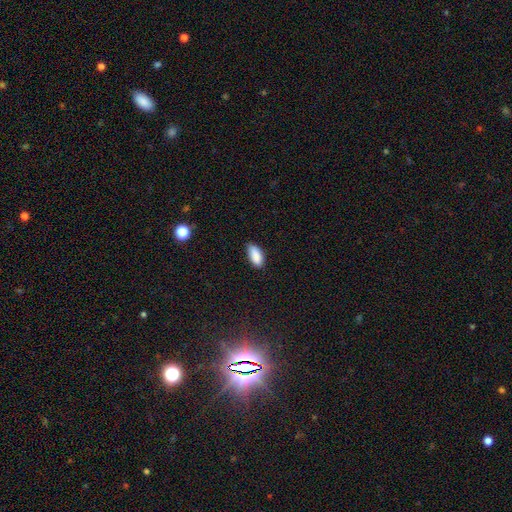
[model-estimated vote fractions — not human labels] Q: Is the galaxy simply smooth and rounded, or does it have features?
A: smooth — 89%.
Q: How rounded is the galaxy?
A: in between — 88%.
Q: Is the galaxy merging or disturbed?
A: none — 76%.